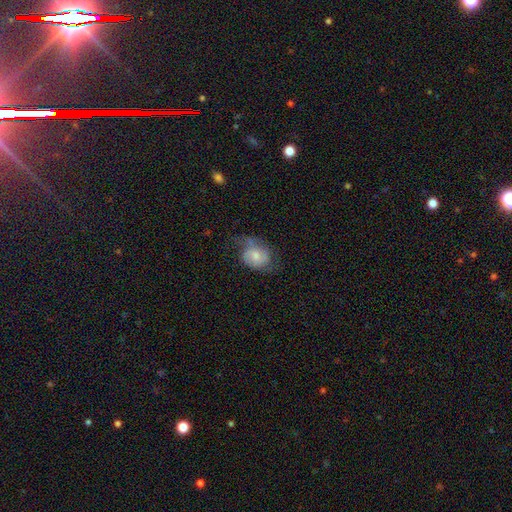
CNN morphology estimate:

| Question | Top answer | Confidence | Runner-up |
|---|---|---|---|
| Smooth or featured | smooth | 53% | featured or disk (39%) |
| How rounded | in between | 57% | round (41%) |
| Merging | none | 40% | minor disturbance (33%) |